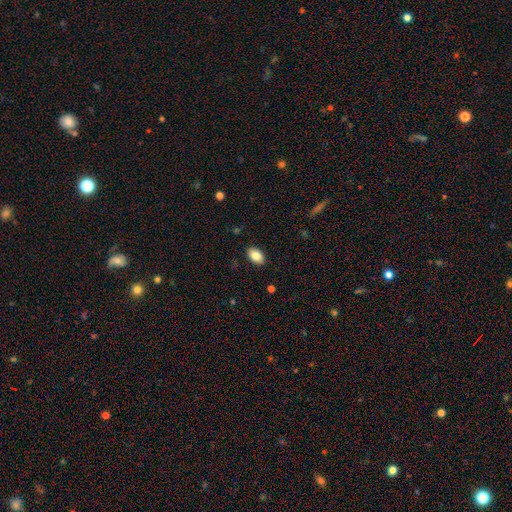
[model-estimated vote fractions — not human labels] Morphology: type=smooth (84%); roundness=in between (92%); merging=none (88%).